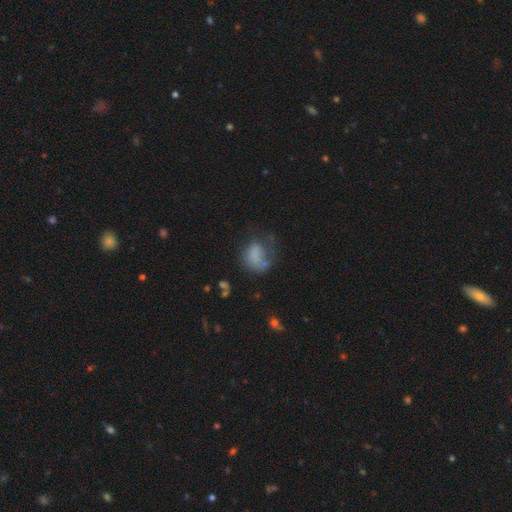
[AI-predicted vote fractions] This appears to be a smooth galaxy with no disk features (69%) that is in between round and cigar-shaped (62%). Merging: major disturbance (35%).